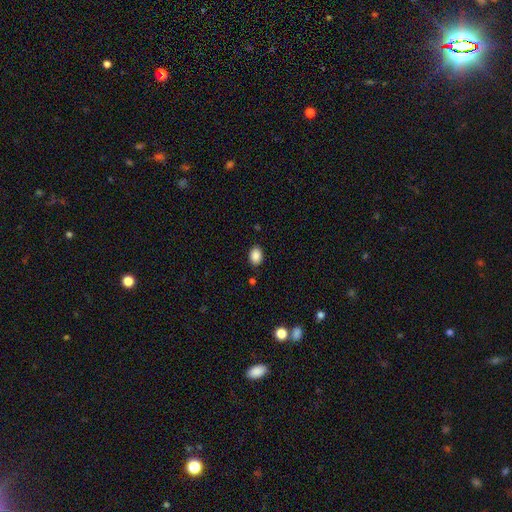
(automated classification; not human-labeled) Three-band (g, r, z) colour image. It shows a smooth galaxy with no disk features (89%) that is in between round and cigar-shaped (77%). Merging: none (86%).